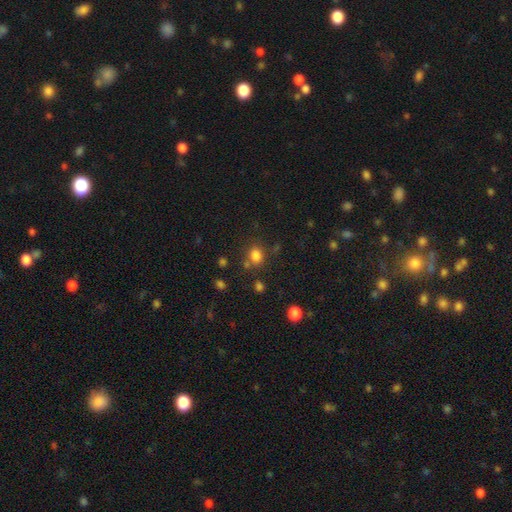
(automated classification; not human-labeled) Smooth or featured: smooth — 80% (star or artifact — 14%)
How rounded: round — 54% (in between — 45%)
Merging: none — 71% (minor disturbance — 13%)